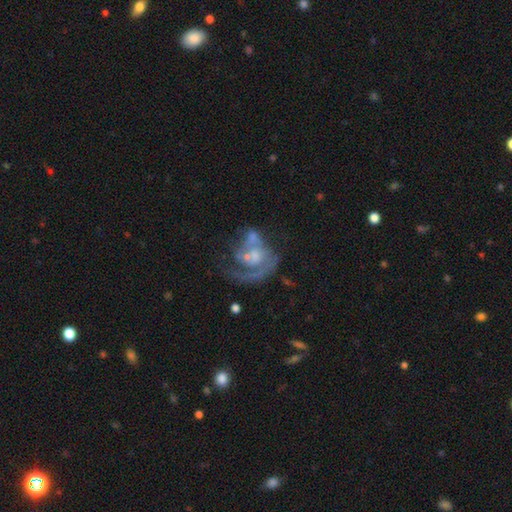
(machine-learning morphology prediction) The model was most divided on "merging" (3-way tie): none: 29%, major disturbance: 29%, merger: 29%, minor disturbance: 13%. Remaining: edge-on disk — no (98%); spiral arms — yes (78%); smooth or featured — featured or disk (76%); bar — no (73%); spiral arm count — 1 (70%); spiral winding — medium (39%); bulge size — moderate (36%).